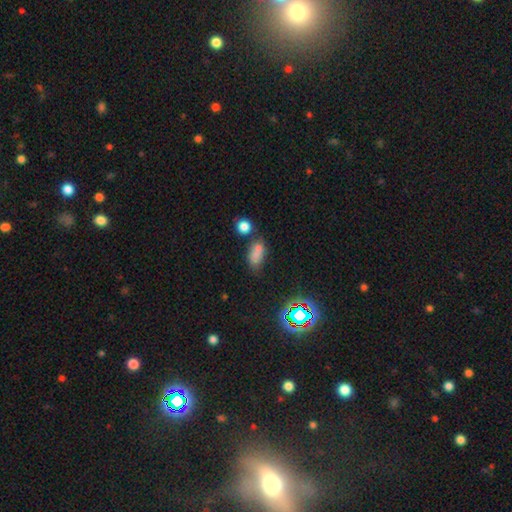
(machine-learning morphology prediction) A smooth galaxy with no disk features (73%) that is in between round and cigar-shaped (80%). Merging: none (48%).